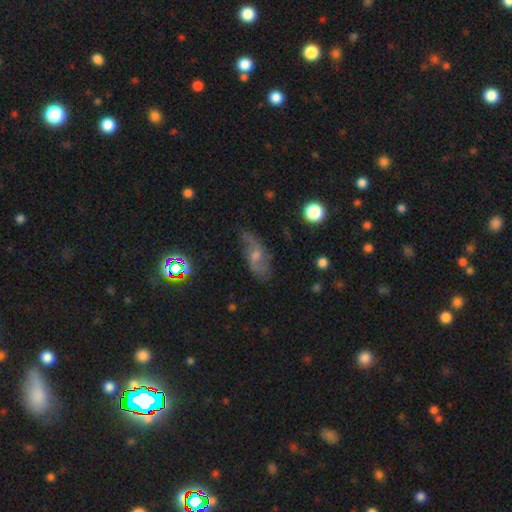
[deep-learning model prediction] Morphology: type=featured or disk (60%); edge-on=no (87%); bar=no (56%); spiral arms=yes (83%); bulge=moderate (47%); merging=none (64%).